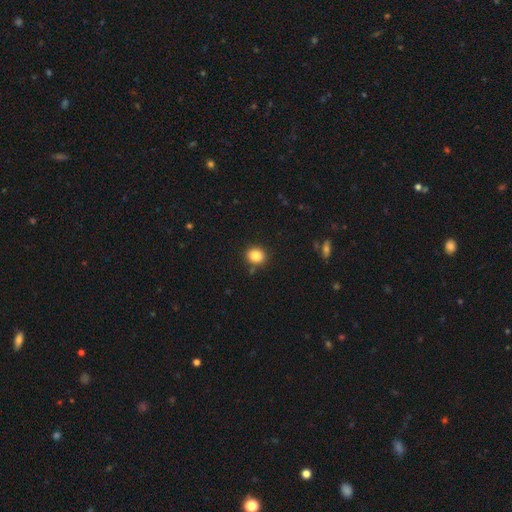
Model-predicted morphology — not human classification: This is clearly a smooth galaxy (85%). How rounded: likely round (73%). Merging: clearly none (84%).